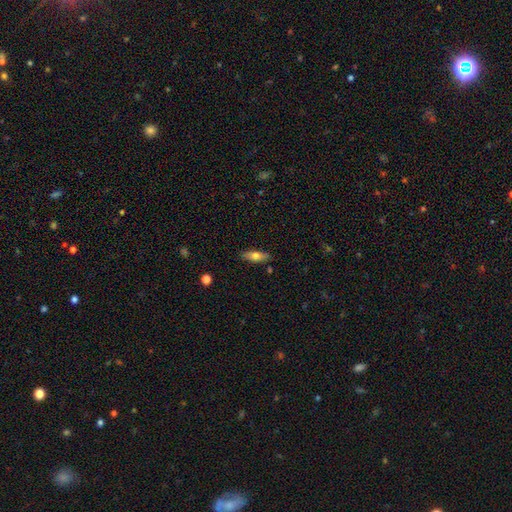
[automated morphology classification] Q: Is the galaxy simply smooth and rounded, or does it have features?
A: smooth — 64%.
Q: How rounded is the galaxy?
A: in between — 60%.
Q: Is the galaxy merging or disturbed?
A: none — 86%.